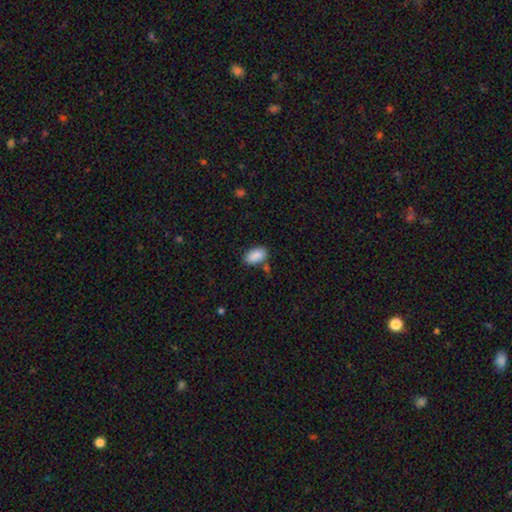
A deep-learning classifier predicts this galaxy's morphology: Smooth or featured? Predicted: smooth (p=0.89). How rounded? Predicted: in between (p=0.94). Merging? Predicted: none (p=0.73).